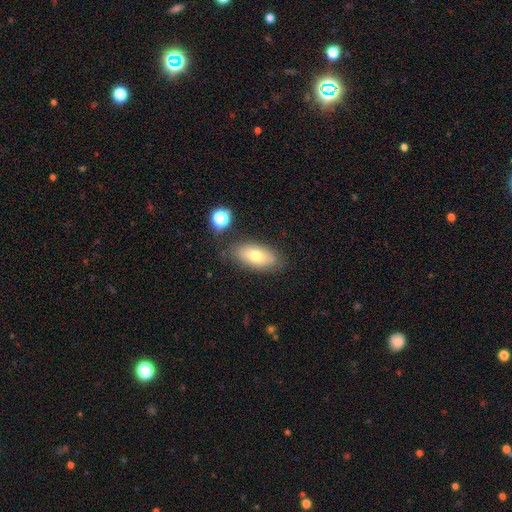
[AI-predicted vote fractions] Q: Smooth or featured?
A: smooth (73%); runner-up: featured or disk (19%)
Q: How rounded?
A: in between (89%); runner-up: cigar-shaped (7%)
Q: Merging?
A: none (80%); runner-up: minor disturbance (13%)